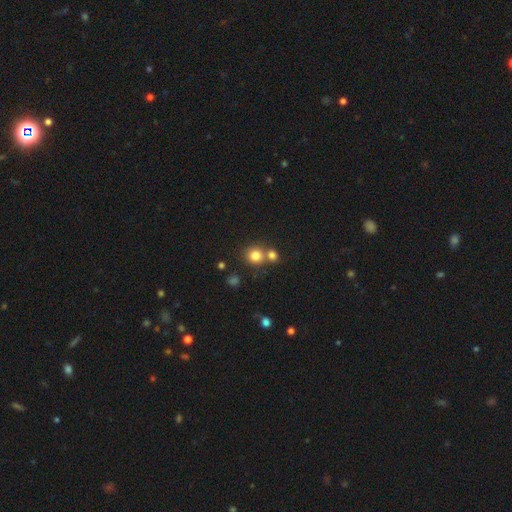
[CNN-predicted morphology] This appears to be a smooth galaxy with no disk features (79%) that is round (87%). Merging: none (56%).